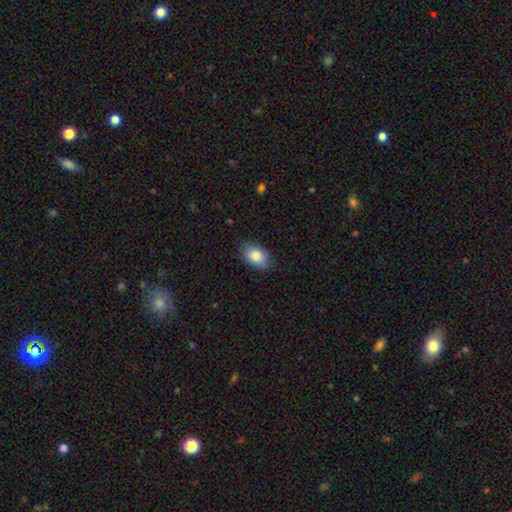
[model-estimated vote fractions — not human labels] Smooth or featured: smooth — 85% (featured or disk — 8%)
How rounded: in between — 92% (round — 7%)
Merging: none — 85% (minor disturbance — 12%)